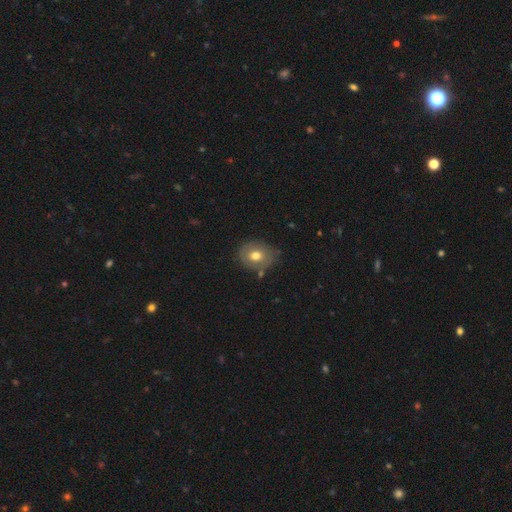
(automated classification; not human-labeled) Smooth or featured: smooth — 69% (featured or disk — 22%)
How rounded: round — 61% (in between — 38%)
Merging: none — 74% (minor disturbance — 17%)